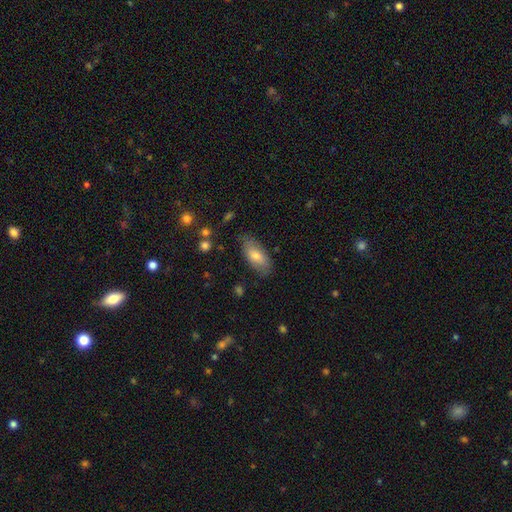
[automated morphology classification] type=smooth (69%); roundness=in between (86%); merging=none (78%).